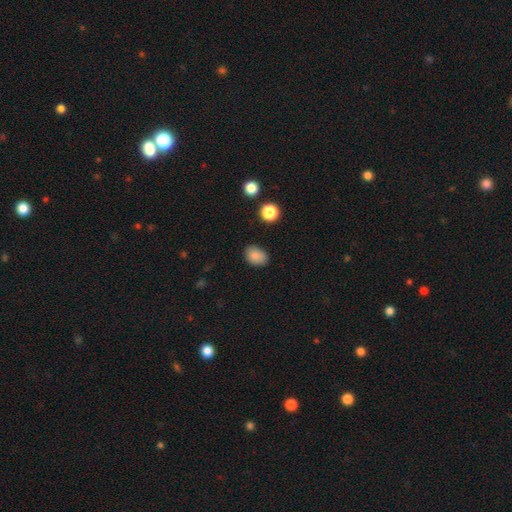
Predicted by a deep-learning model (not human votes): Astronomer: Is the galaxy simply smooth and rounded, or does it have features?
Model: smooth — 86%.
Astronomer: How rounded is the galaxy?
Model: in between — 75%.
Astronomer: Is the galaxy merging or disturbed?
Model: none — 81%.